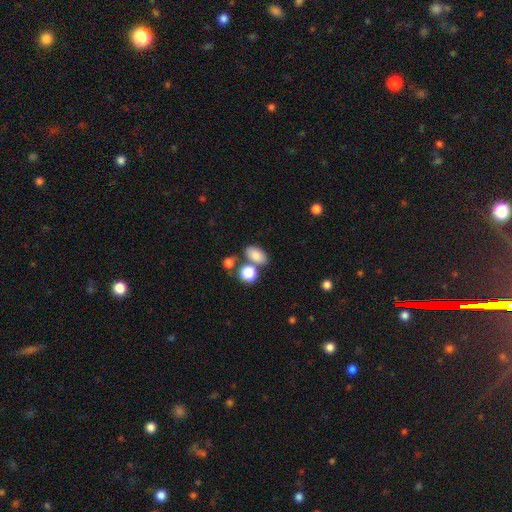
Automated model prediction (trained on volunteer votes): This is clearly a smooth galaxy (82%). How rounded: clearly in between (84%). Merging: likely none (64%).